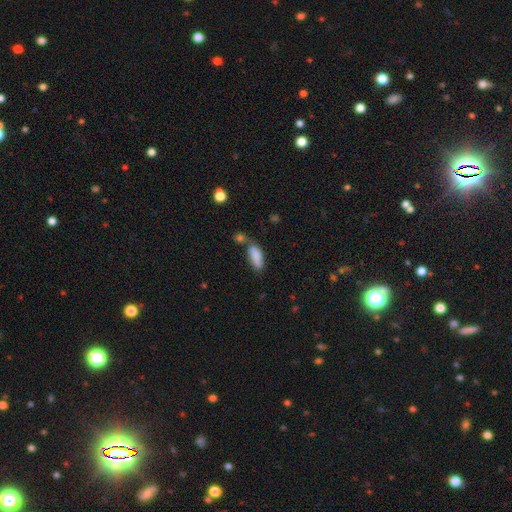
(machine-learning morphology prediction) The model was most divided on "merging": none: 44%, merger: 28%, minor disturbance: 20%, major disturbance: 8%. More confident: smooth or featured — smooth (84%); how rounded — in between (77%).